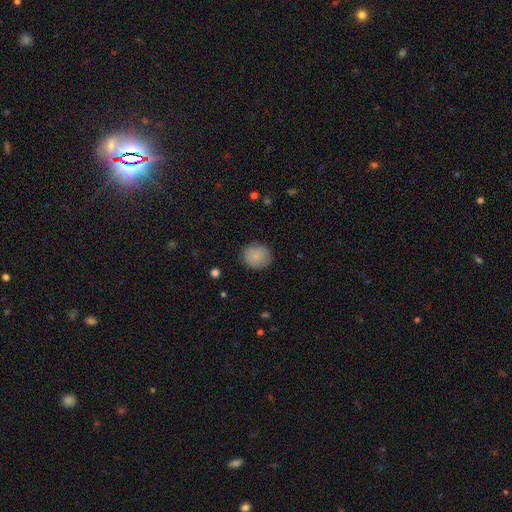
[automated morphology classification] type=smooth (88%); roundness=round (80%); merging=none (87%).